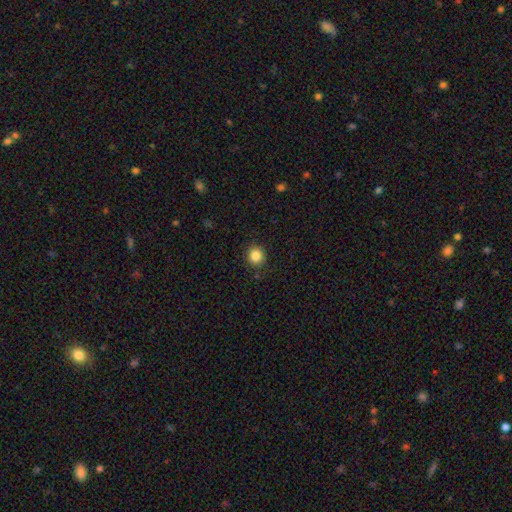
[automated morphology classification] smooth_or_featured: smooth (p=0.84) [alt: star or artifact p=0.11]
how_rounded: round (p=0.87) [alt: in between p=0.12]
merging: none (p=0.89) [alt: minor disturbance p=0.08]